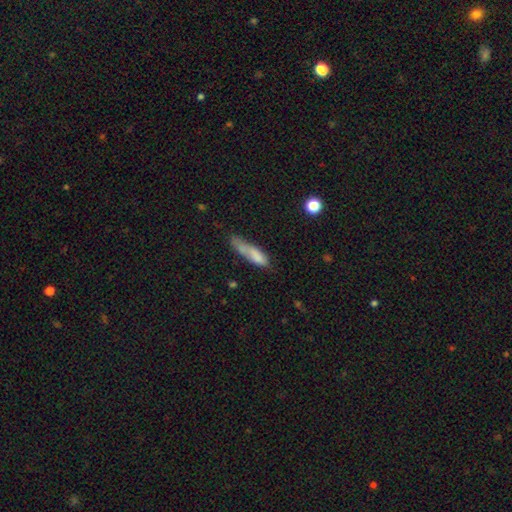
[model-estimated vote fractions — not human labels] smooth 75%, featured or disk 17%, star or artifact 8%. Down the decision tree: how rounded — cigar-shaped (62%); merging — none (39%).